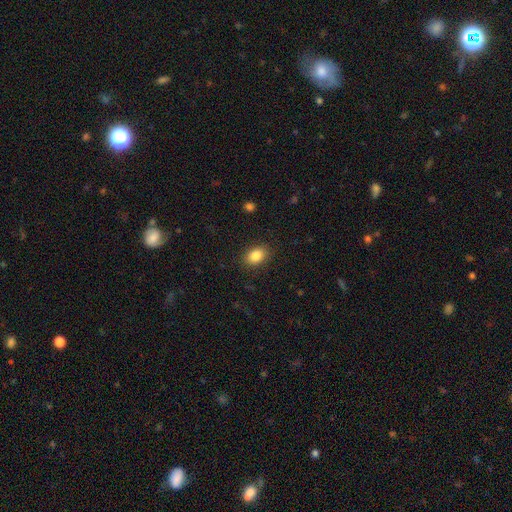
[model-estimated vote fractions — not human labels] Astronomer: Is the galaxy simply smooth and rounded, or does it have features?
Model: smooth — 86%.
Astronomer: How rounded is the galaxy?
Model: in between — 77%.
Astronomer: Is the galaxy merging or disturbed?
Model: none — 87%.